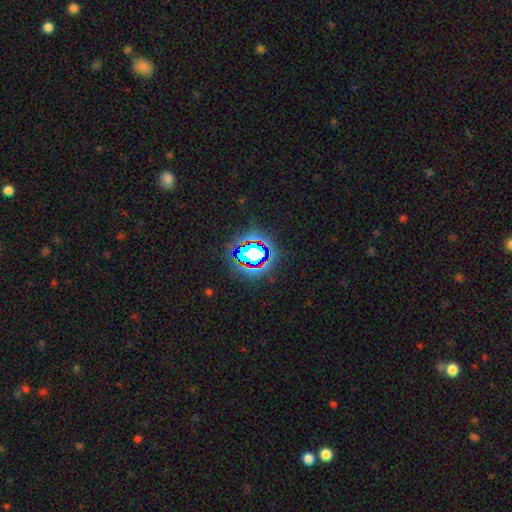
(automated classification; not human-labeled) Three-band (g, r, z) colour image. It shows a star or artifact, not a galaxy (70%).